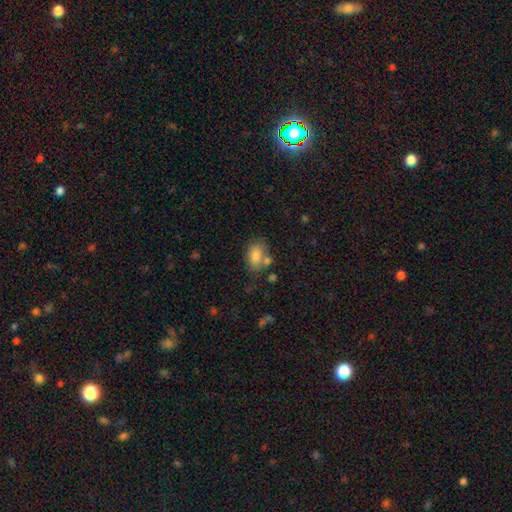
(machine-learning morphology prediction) Smooth or featured? smooth (80%)
How rounded? in between (83%)
Merging? none (57%)